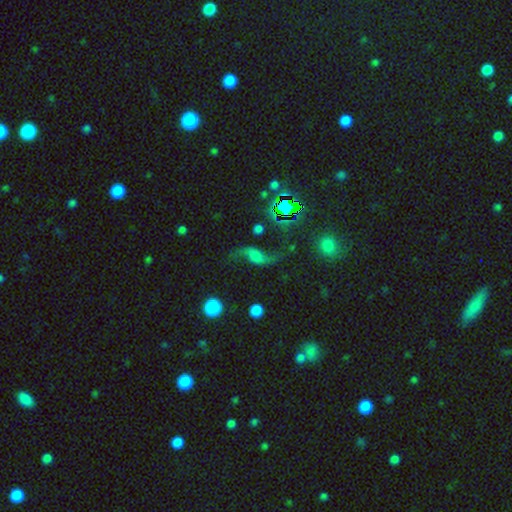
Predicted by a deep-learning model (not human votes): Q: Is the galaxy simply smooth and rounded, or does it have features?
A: featured or disk — 74%.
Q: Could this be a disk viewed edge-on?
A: no — 93%.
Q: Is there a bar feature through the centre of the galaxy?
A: no — 55%.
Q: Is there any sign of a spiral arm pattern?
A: yes — 95%.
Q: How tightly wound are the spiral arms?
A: loose — 93%.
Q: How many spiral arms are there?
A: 2 — 93%.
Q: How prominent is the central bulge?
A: none — 27%.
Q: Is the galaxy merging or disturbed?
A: none — 68%.